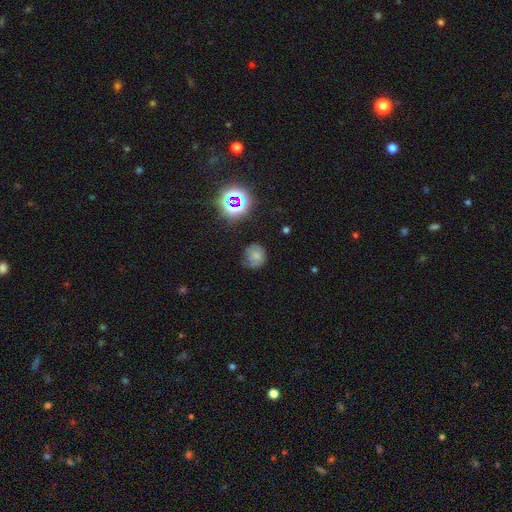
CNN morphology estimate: A smooth galaxy with no disk features (63%) that is round (78%).

Vote fractions:
- Smooth or featured? smooth: 63% / star or artifact: 19% / featured or disk: 18%
- How rounded? round: 78% / in between: 21% / cigar-shaped: 1%
- Merging? none: 63% / minor disturbance: 26% / major disturbance: 8% / merger: 2%